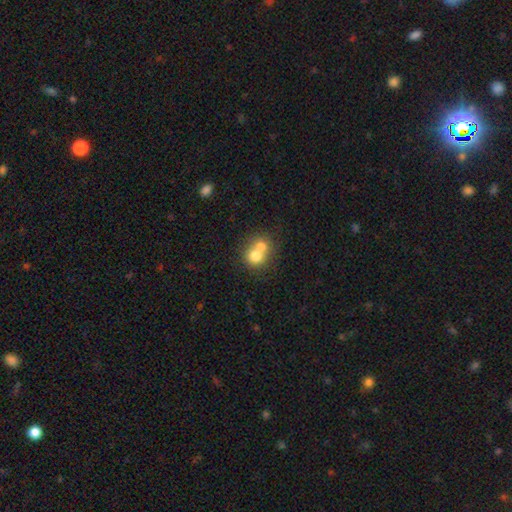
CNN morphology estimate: Smooth or featured? Predicted: smooth (p=0.71). How rounded? Predicted: round (p=0.80). Merging? Predicted: merger (p=0.65).